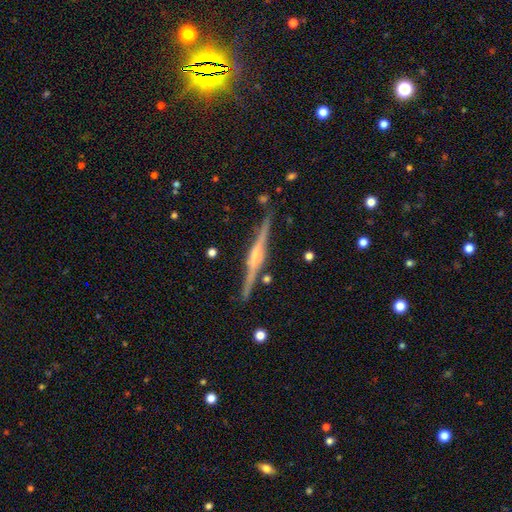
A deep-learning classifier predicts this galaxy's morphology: Q: Smooth or featured?
A: featured or disk (84%); runner-up: smooth (11%)
Q: Edge-on disk?
A: yes (98%); runner-up: no (2%)
Q: Edge-on bulge?
A: rounded (72%); runner-up: boxy (20%)
Q: Merging?
A: none (86%); runner-up: minor disturbance (9%)